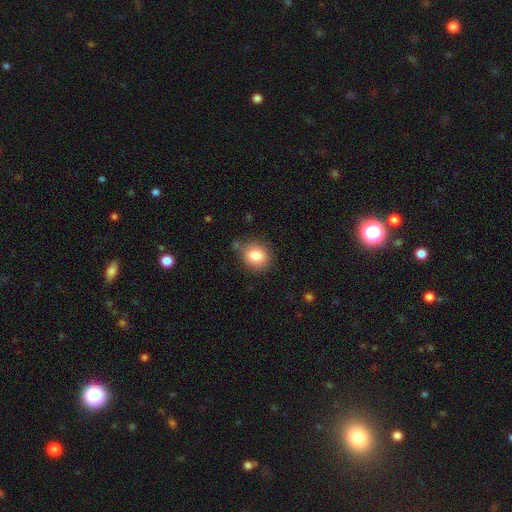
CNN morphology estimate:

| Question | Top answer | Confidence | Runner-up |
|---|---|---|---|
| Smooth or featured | smooth | 83% | star or artifact (10%) |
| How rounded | round | 74% | in between (25%) |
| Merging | none | 79% | minor disturbance (14%) |